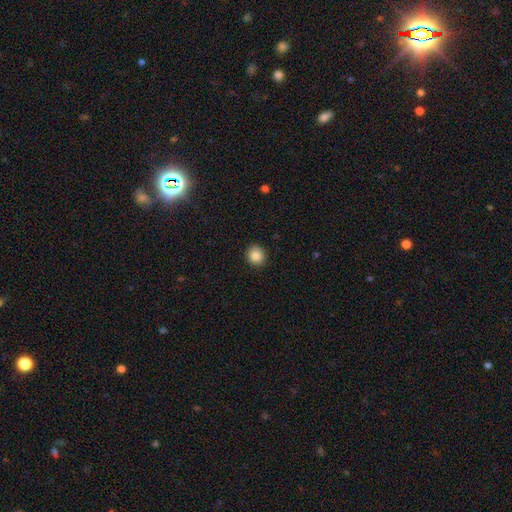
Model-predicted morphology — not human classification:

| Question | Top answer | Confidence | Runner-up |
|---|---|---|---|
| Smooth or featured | smooth | 87% | star or artifact (9%) |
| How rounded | round | 87% | in between (12%) |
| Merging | none | 91% | minor disturbance (6%) |